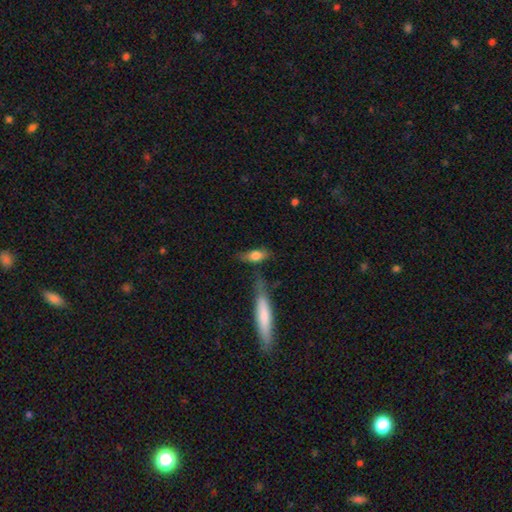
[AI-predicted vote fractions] smooth_or_featured: smooth (p=0.71) [alt: featured or disk p=0.22]
how_rounded: in between (p=0.66) [alt: cigar-shaped p=0.29]
merging: none (p=0.46) [alt: merger p=0.23]